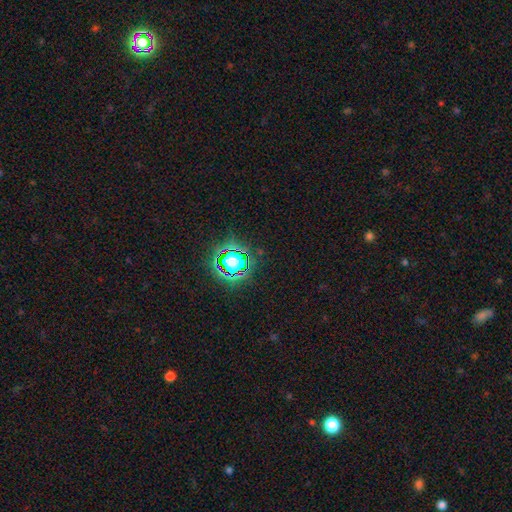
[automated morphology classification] Smooth or featured?
  - star or artifact: 81% *
  - smooth: 12%
  - featured or disk: 7%